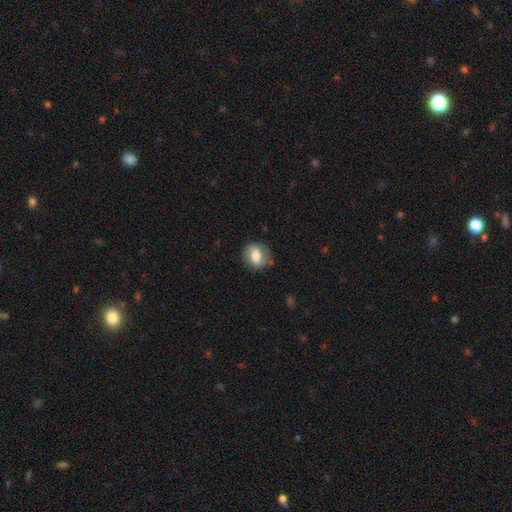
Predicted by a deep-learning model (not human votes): Smooth or featured? featured or disk (54%)
Edge-on disk? no (96%)
Bar? weak (42%)
Spiral arms? yes (76%)
Bulge size? moderate (48%)
Merging? none (77%)